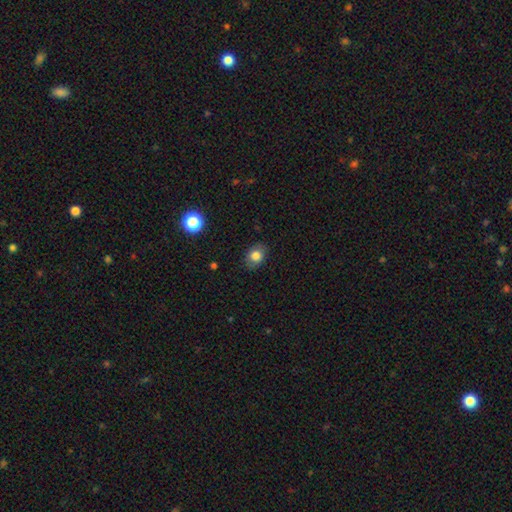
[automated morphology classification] Smooth or featured: smooth — 81% (star or artifact — 10%)
How rounded: in between — 58% (round — 41%)
Merging: none — 82% (minor disturbance — 13%)